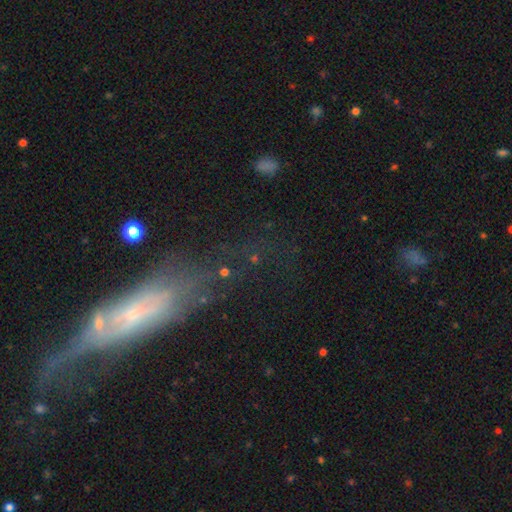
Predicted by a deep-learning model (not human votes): Q: Smooth or featured?
A: featured or disk (38%); runner-up: smooth (35%)
Q: Merging?
A: none (46%); runner-up: major disturbance (24%)